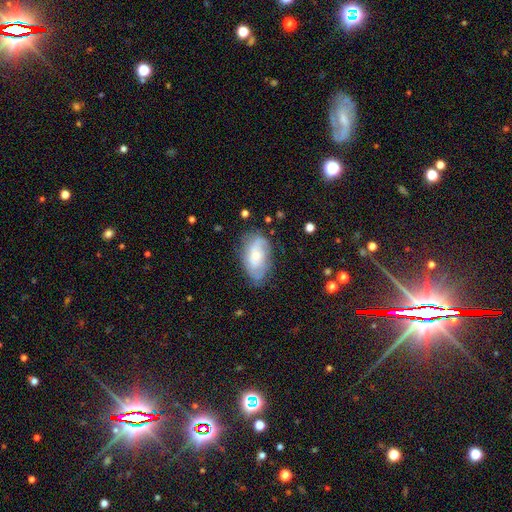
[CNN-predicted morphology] Overall: featured or disk (54%; smooth 39%). Edge-on disk: no (93%). Bar: no (71%). Spiral arms: yes (76%). Bulge size: small (48%; moderate 42%). Merging: none (66%).